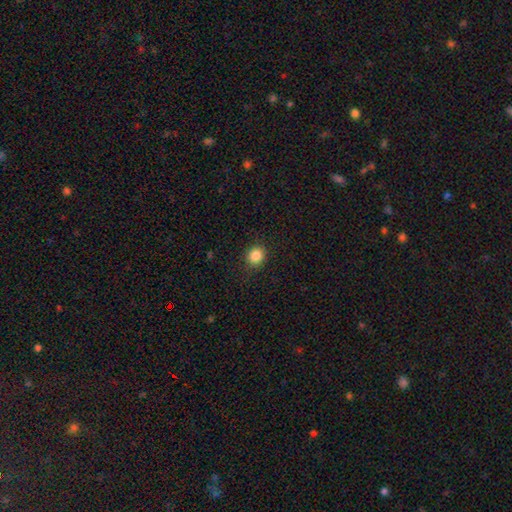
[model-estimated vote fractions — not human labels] Overall: smooth (86%). How rounded: round (85%). Merging: none (88%).